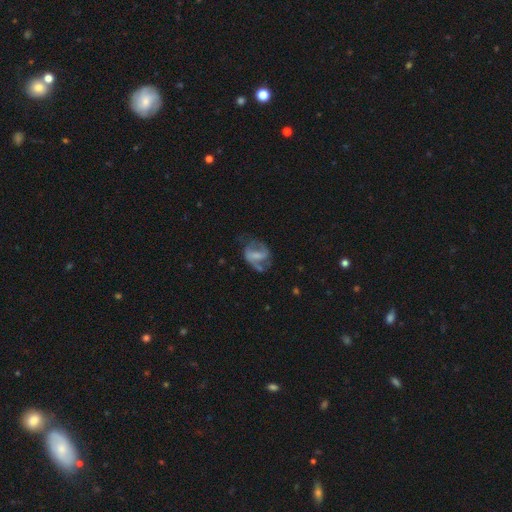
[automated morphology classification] Smooth or featured: featured or disk — 70% (smooth — 22%)
Edge-on disk: no — 97% (yes — 3%)
Bar: weak — 40% (strong — 39%)
Spiral arms: yes — 80% (no — 20%)
Spiral winding: medium — 46% (loose — 36%)
Spiral arm count: 2 — 76% (can't tell — 10%)
Bulge size: small — 34% (tied with none — 34%)
Merging: none — 48% (major disturbance — 25%)